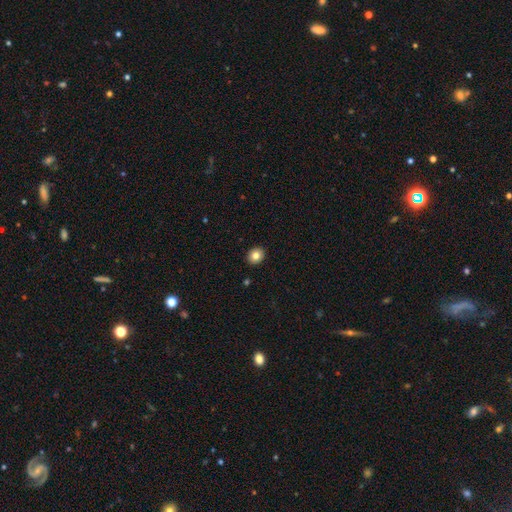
smooth 85%, featured or disk 8%, star or artifact 8%. Down the decision tree: how rounded — round (67%); merging — none (97%).